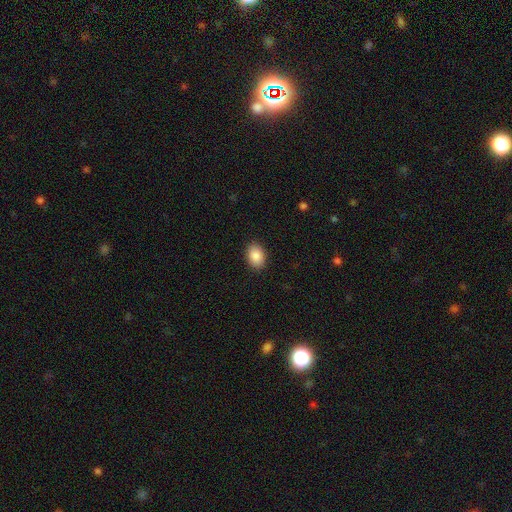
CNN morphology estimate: Smooth or featured? Predicted: smooth (p=0.88). How rounded? Predicted: in between (p=0.75). Merging? Predicted: none (p=0.89).